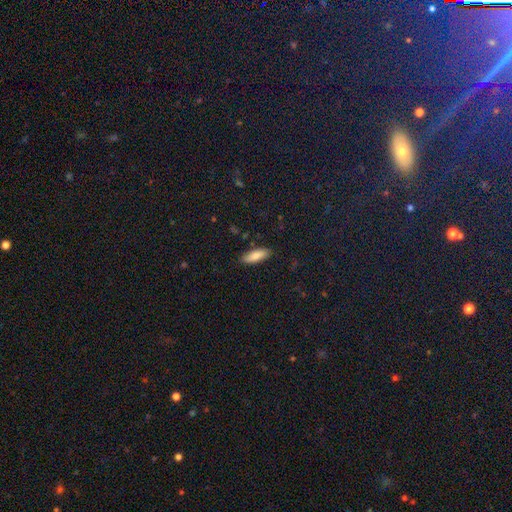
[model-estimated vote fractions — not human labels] Smooth or featured? smooth (82%)
How rounded? in between (61%)
Merging? none (87%)